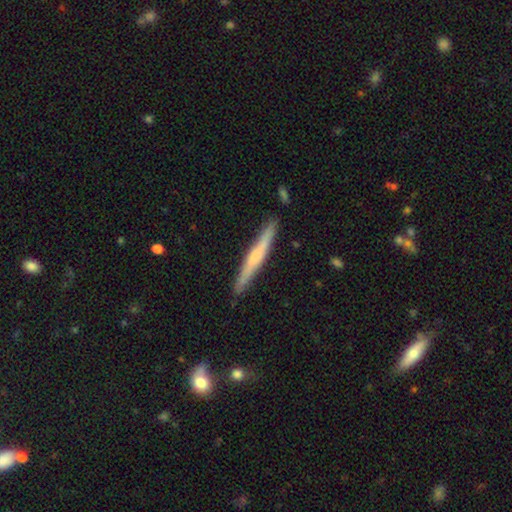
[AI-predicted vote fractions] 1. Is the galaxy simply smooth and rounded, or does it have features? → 49% featured or disk, 46% smooth, 5% star or artifact.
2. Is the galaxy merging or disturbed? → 88% none, 9% minor disturbance, 2% merger, 2% major disturbance.